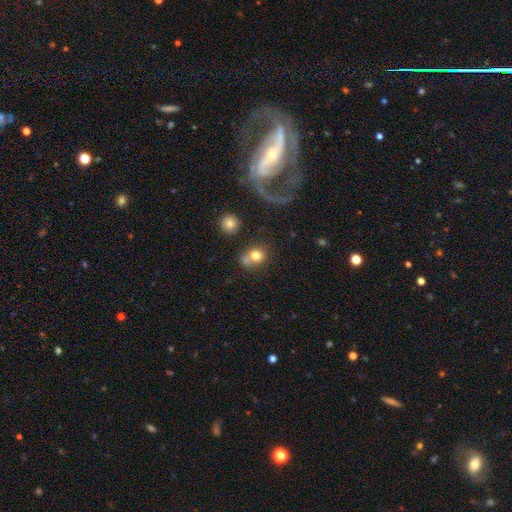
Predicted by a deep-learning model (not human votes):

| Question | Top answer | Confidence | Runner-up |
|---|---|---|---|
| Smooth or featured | smooth | 76% | featured or disk (14%) |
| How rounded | round | 65% | in between (33%) |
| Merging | none | 41% | merger (29%) |